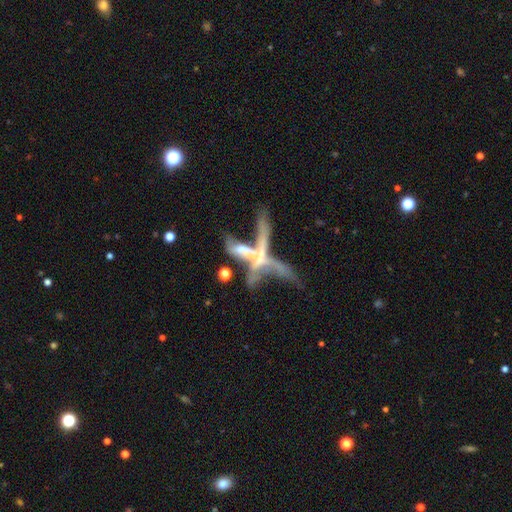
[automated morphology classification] Smooth or featured? Predicted: featured or disk (p=0.61). Edge-on disk? Predicted: no (p=0.53). Merging? Predicted: merger (p=0.59).